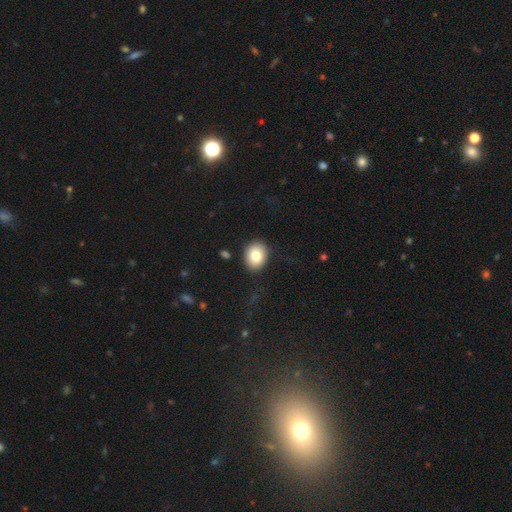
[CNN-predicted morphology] smooth-or-featured: smooth: 80% | featured or disk: 11% | star or artifact: 8%
  how-rounded: in between: 53% | round: 46% | cigar-shaped: 1%
  merging: none: 87% | minor disturbance: 9% | major disturbance: 3% | merger: 2%